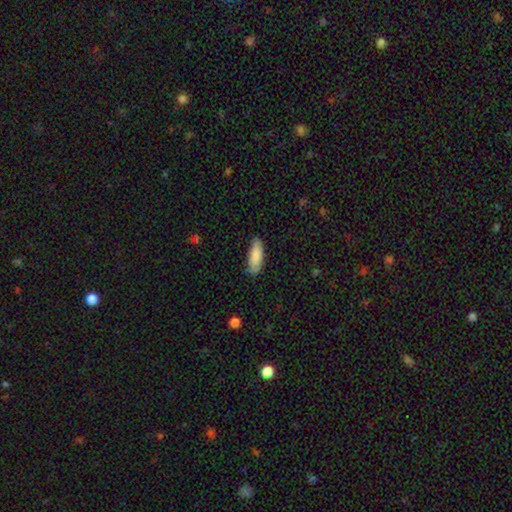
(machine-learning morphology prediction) Q: Smooth or featured?
A: smooth (87%); runner-up: featured or disk (8%)
Q: How rounded?
A: in between (68%); runner-up: cigar-shaped (31%)
Q: Merging?
A: none (83%); runner-up: minor disturbance (14%)